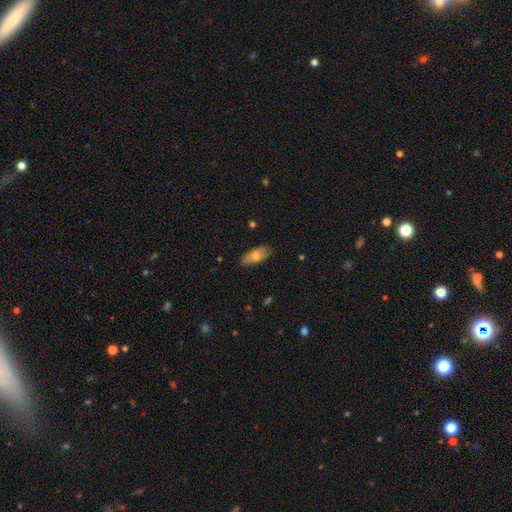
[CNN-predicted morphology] Smooth or featured? Predicted: smooth (p=0.72). How rounded? Predicted: in between (p=0.82). Merging? Predicted: none (p=0.84).